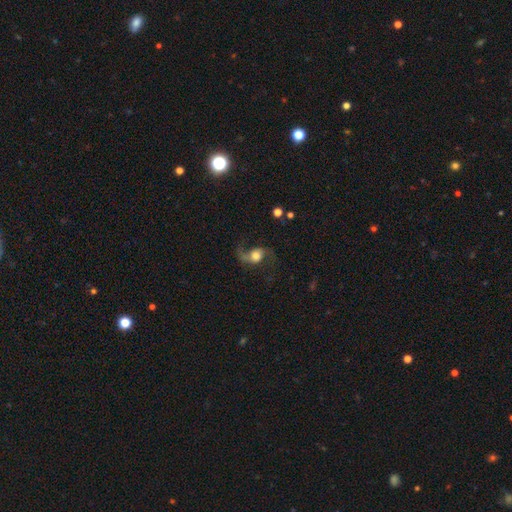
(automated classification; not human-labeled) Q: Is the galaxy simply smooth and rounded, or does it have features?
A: featured or disk — 71%.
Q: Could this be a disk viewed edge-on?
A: no — 96%.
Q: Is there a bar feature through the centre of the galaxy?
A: no — 62%.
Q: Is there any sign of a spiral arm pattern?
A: yes — 93%.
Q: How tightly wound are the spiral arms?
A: loose — 80%.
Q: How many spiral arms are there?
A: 2 — 85%.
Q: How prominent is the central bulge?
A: moderate — 43%.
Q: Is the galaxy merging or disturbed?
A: none — 59%.